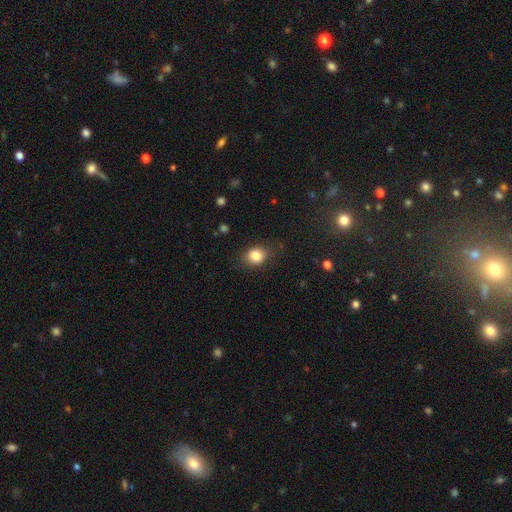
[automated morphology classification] Smooth or featured? smooth (83%)
How rounded? round (59%)
Merging? none (76%)